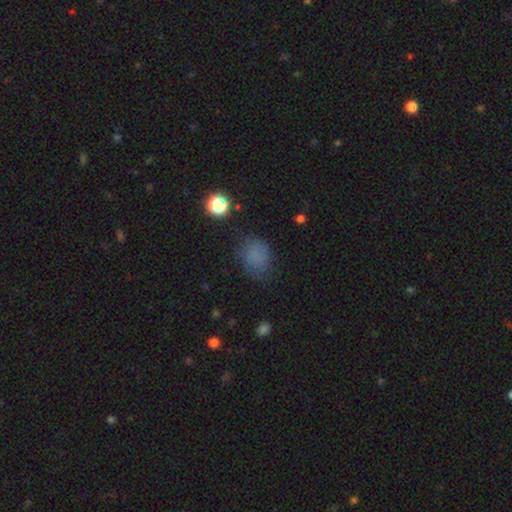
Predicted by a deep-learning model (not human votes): This appears to be a smooth galaxy with no disk features (77%) that is in between round and cigar-shaped (53%). Merging: none (67%).